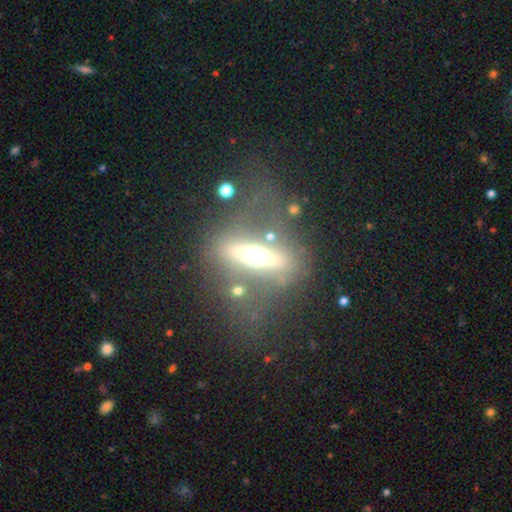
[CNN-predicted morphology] Smooth or featured? featured or disk (62%)
Edge-on disk? yes (71%)
Merging? none (62%)